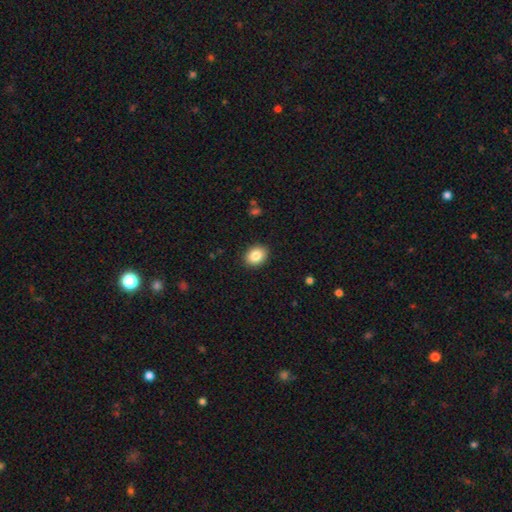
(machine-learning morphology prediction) A smooth galaxy with no disk features (85%) that is in between round and cigar-shaped (55%).

Vote fractions:
- Smooth or featured? smooth: 85% / star or artifact: 8% / featured or disk: 7%
- How rounded? in between: 55% / round: 44% / cigar-shaped: 1%
- Merging? none: 90% / minor disturbance: 7% / major disturbance: 2% / merger: 1%